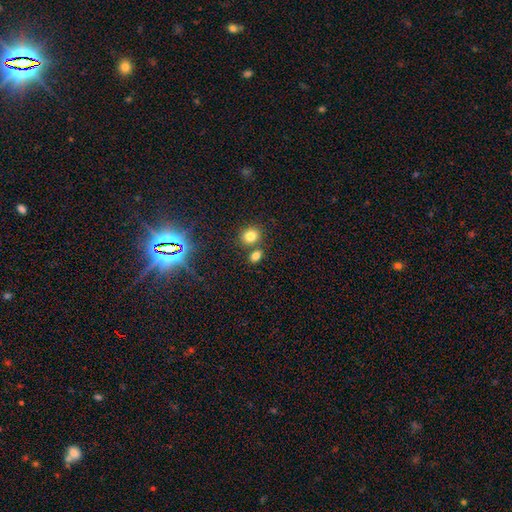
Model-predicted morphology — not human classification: The model was most divided on "how rounded": in between: 56%, round: 43%, cigar-shaped: 2%. More confident: smooth or featured — smooth (78%); merging — none (61%).